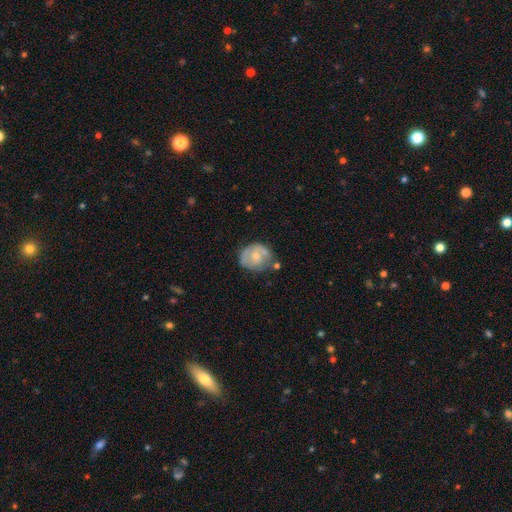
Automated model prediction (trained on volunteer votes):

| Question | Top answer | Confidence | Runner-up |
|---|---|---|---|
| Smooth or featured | featured or disk | 48% | smooth (46%) |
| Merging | none | 50% | minor disturbance (27%) |